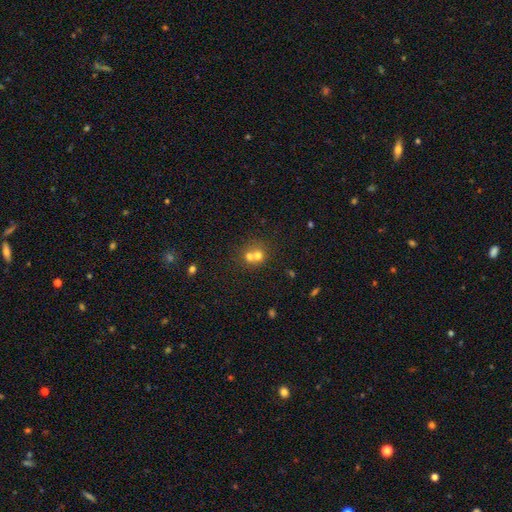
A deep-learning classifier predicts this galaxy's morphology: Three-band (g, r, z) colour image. It shows a smooth galaxy with no disk features (65%) that is round (81%). Merging: merger (58%).